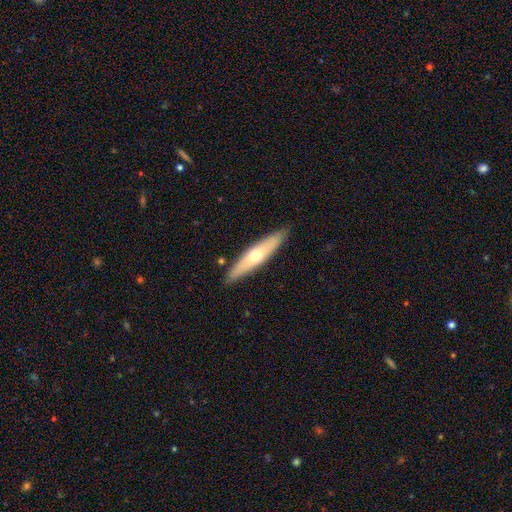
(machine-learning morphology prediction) Q: Smooth or featured?
A: smooth (48%); runner-up: featured or disk (46%)
Q: Merging?
A: none (88%); runner-up: minor disturbance (9%)